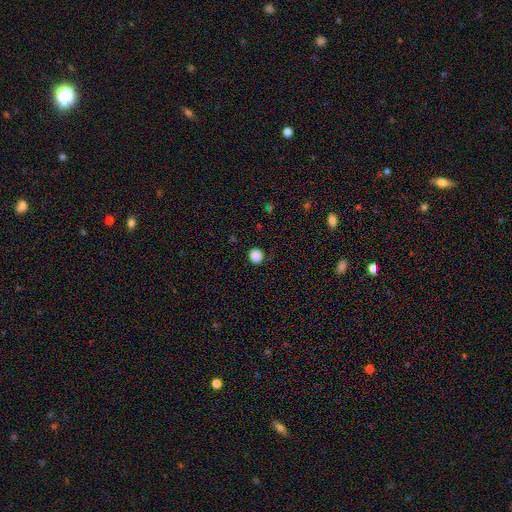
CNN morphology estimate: smooth 87%, star or artifact 10%, featured or disk 3%. Down the decision tree: how rounded — round (90%); merging — none (91%).